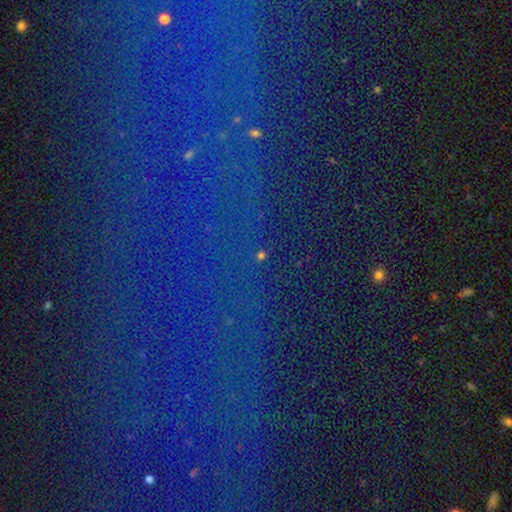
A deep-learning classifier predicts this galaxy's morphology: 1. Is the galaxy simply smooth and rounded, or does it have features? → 82% star or artifact, 9% smooth, 8% featured or disk.